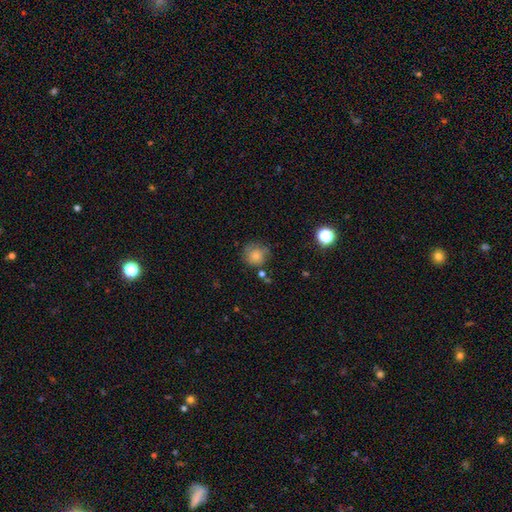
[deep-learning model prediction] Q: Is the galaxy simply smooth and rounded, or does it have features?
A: smooth — 77%.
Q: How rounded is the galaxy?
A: round — 90%.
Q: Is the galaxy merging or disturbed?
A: none — 68%.